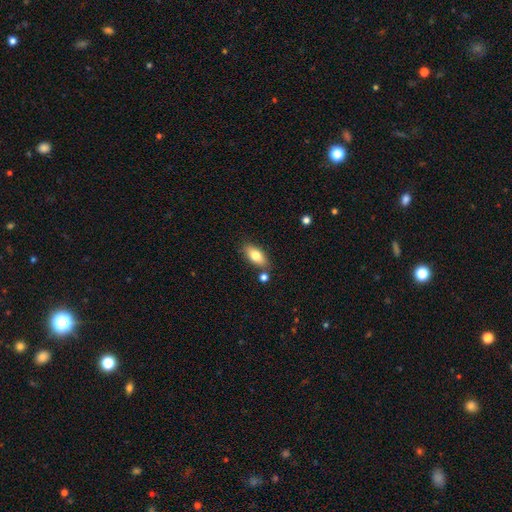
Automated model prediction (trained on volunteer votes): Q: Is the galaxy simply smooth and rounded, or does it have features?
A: smooth — 78%.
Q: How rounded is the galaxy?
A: in between — 87%.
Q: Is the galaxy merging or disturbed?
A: none — 76%.